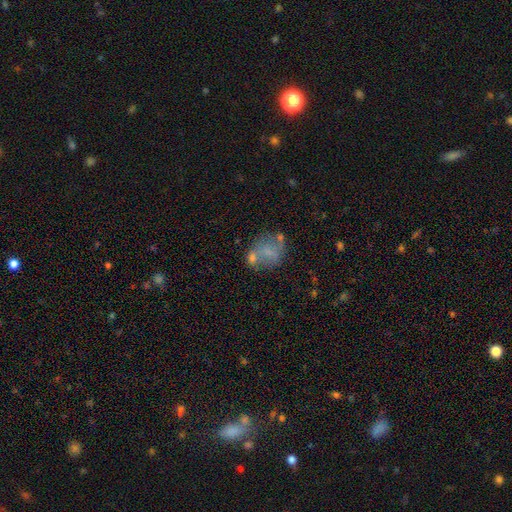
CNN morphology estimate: Smooth or featured?
  - smooth: 49% *
  - featured or disk: 38%
  - star or artifact: 12%
Merging?
  - none: 37% *
  - merger: 27%
  - minor disturbance: 20%
  - major disturbance: 16%